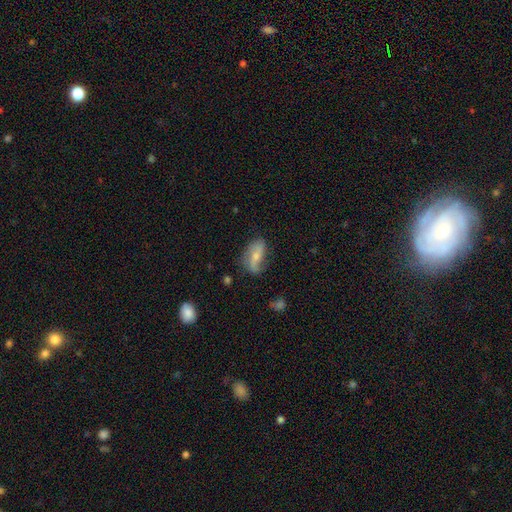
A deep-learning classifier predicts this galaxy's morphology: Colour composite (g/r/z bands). It shows a featured or disk galaxy (51%). Merging: none (56%).